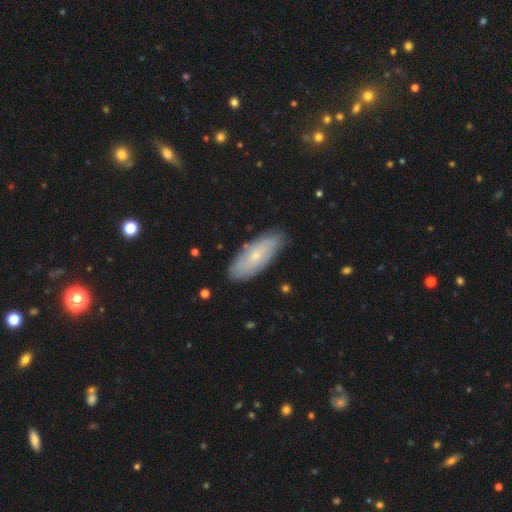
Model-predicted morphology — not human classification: This is possibly a smooth galaxy (49%). Merging: clearly none (82%).